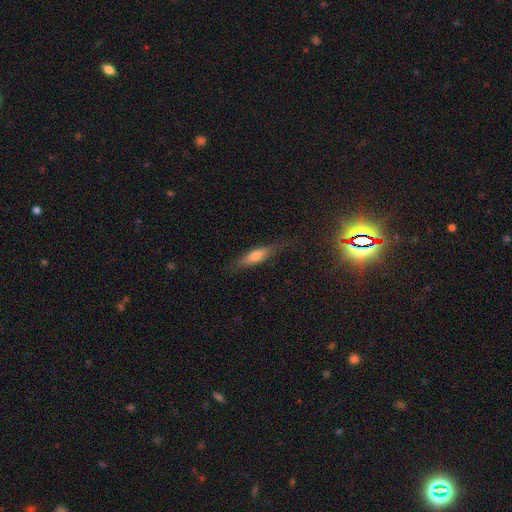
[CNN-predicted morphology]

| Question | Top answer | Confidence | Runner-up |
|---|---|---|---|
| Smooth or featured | smooth | 62% | featured or disk (30%) |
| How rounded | cigar-shaped | 61% | in between (36%) |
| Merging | none | 76% | minor disturbance (17%) |